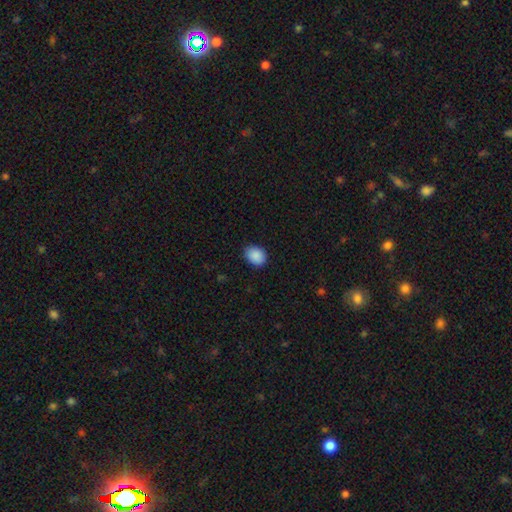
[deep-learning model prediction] smooth-or-featured: smooth: 90% | star or artifact: 7% | featured or disk: 3%
  how-rounded: in between: 56% | round: 43% | cigar-shaped: 1%
  merging: none: 85% | minor disturbance: 12% | major disturbance: 2% | merger: 1%